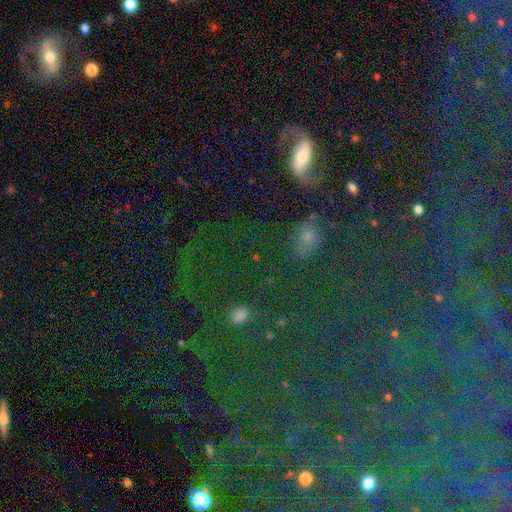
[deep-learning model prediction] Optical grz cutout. It shows a star or artifact, not a galaxy (48%).